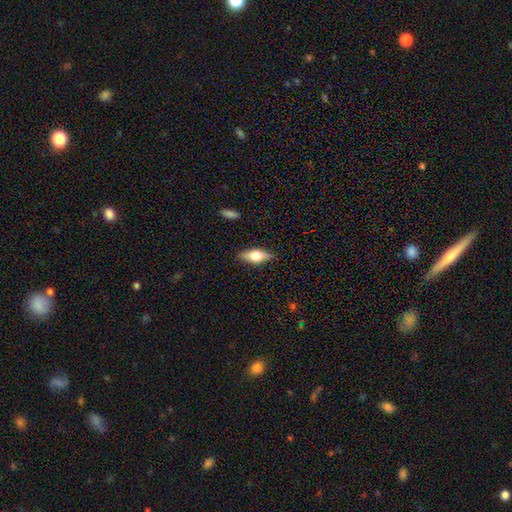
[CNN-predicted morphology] smooth_or_featured: smooth (p=0.54) [alt: featured or disk p=0.39]
how_rounded: in between (p=0.70) [alt: cigar-shaped p=0.27]
merging: none (p=0.87) [alt: minor disturbance p=0.09]